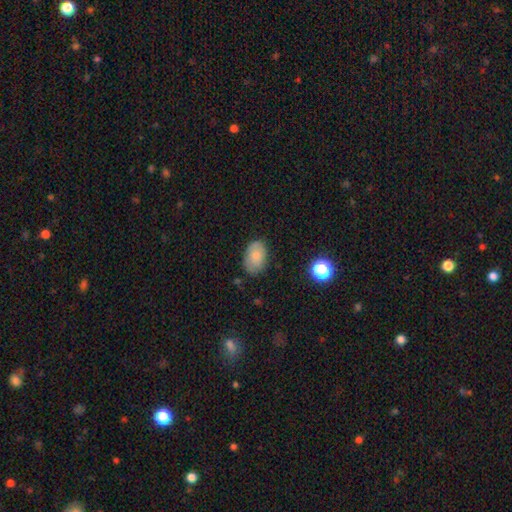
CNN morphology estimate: This is likely a smooth galaxy (78%). How rounded: clearly in between (88%). Merging: likely none (78%).